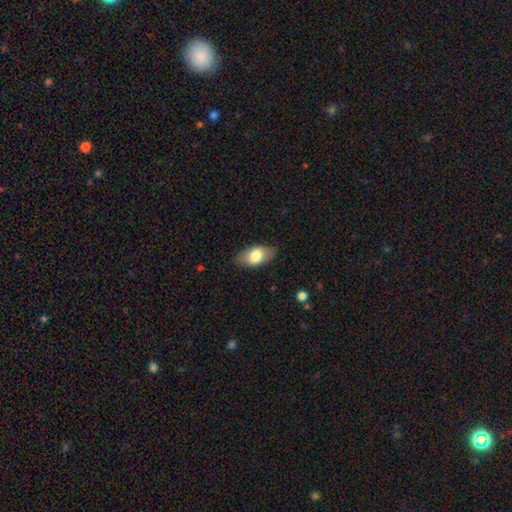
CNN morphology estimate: This appears to be a smooth galaxy with no disk features (73%) that is in between round and cigar-shaped (91%). Merging: none (82%).